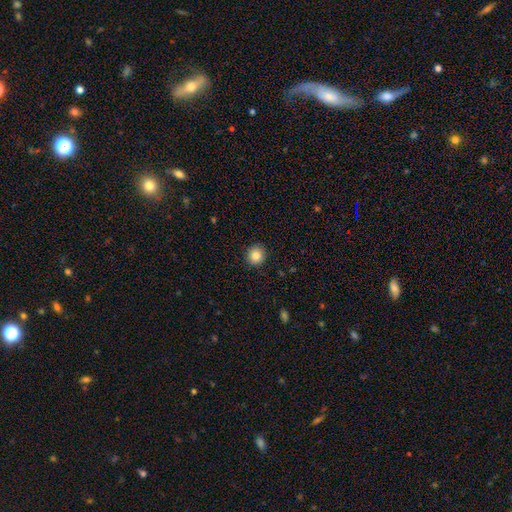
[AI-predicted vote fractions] This appears to be a smooth galaxy with no disk features (85%) that is round (87%). Merging: none (91%).